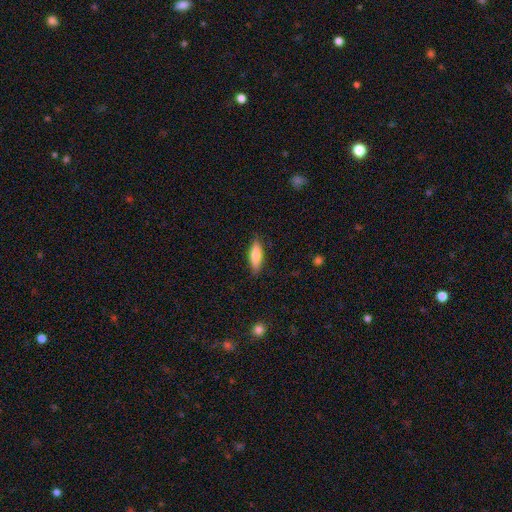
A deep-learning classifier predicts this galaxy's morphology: Smooth or featured? smooth (76%)
How rounded? in between (50%)
Merging? none (86%)